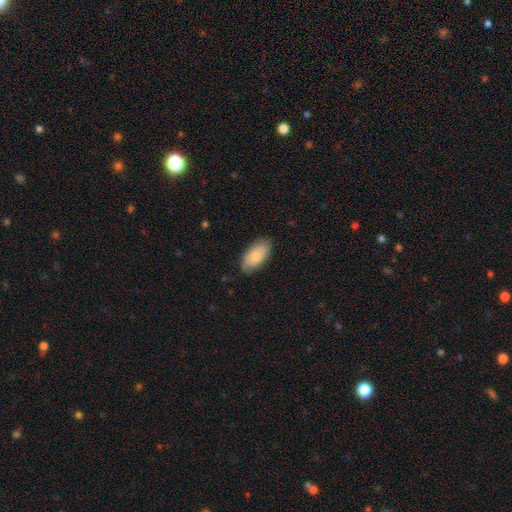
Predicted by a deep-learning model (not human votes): A smooth galaxy with no disk features (75%) that is in between round and cigar-shaped (94%). Merging: none (75%).